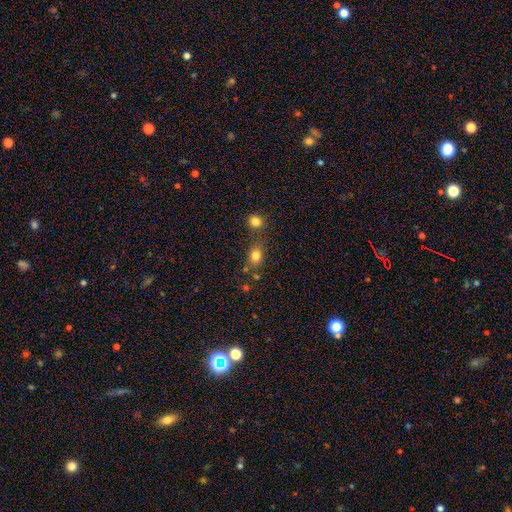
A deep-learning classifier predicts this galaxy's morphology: Smooth or featured? smooth (79%)
How rounded? round (56%)
Merging? none (61%)